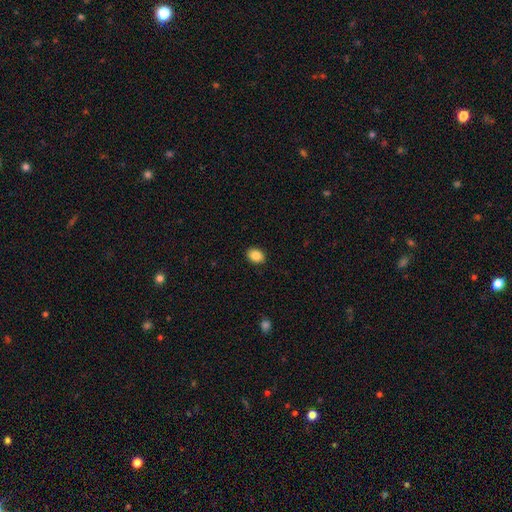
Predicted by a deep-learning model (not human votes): Morphology: type=smooth (85%); roundness=in between (60%); merging=none (90%).